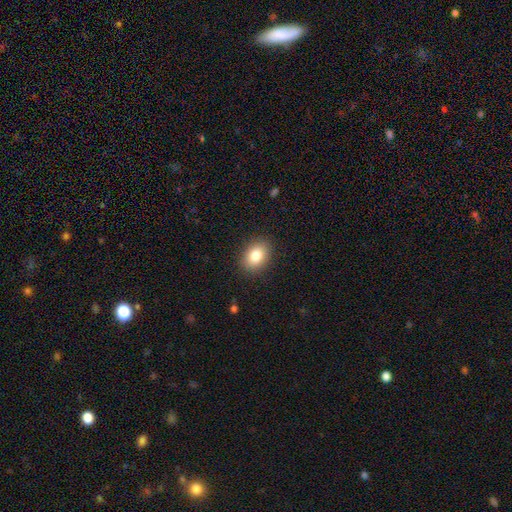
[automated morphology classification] The model was most divided on "how rounded": in between: 73%, round: 26%, cigar-shaped: 1%. More confident: merging — none (89%); smooth or featured — smooth (83%).